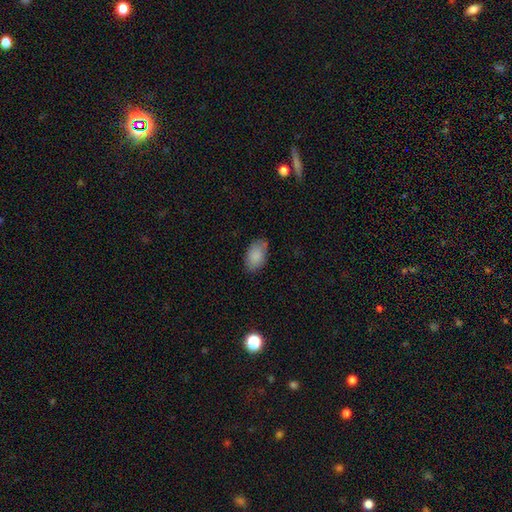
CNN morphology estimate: A smooth galaxy with no disk features (87%) that is in between round and cigar-shaped (93%).

Vote fractions:
- Smooth or featured? smooth: 87% / star or artifact: 7% / featured or disk: 6%
- How rounded? in between: 93% / round: 5% / cigar-shaped: 1%
- Merging? none: 77% / minor disturbance: 18% / major disturbance: 4% / merger: 2%